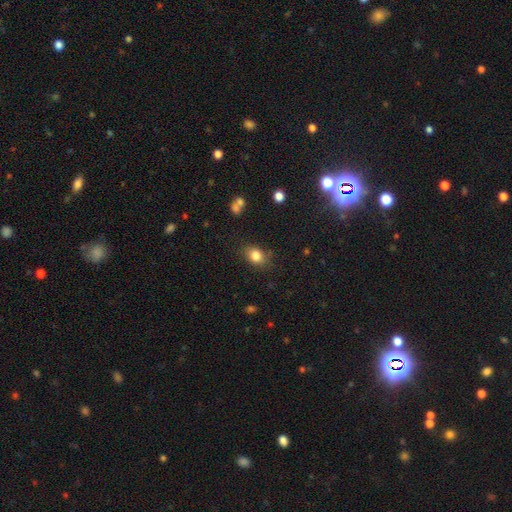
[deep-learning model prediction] smooth_or_featured: smooth (p=0.83) [alt: star or artifact p=0.10]
how_rounded: in between (p=0.64) [alt: round p=0.34]
merging: none (p=0.77) [alt: minor disturbance p=0.16]